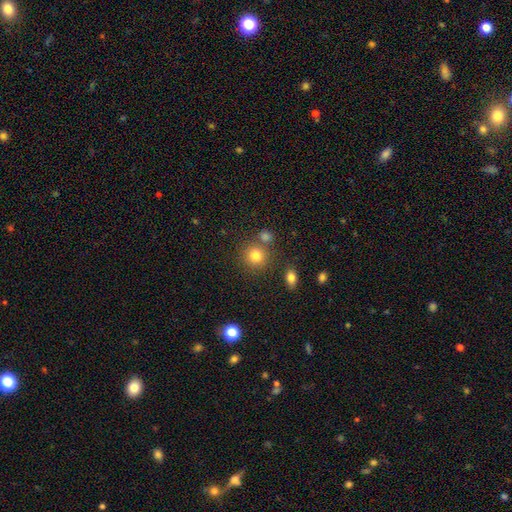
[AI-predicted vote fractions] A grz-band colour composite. It shows a smooth galaxy with no disk features (81%) that is round (88%). Merging: none (74%).